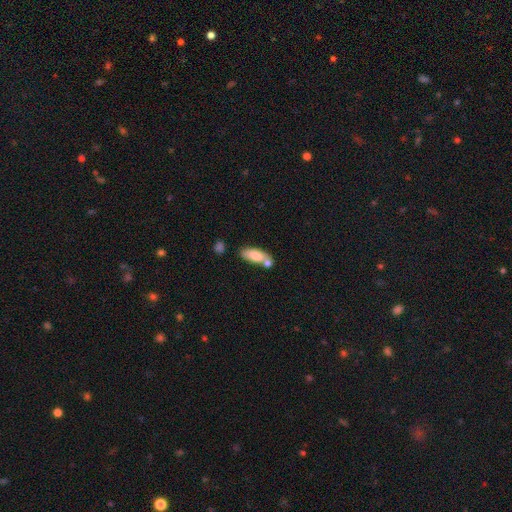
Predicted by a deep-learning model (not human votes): This is likely a smooth galaxy (78%). How rounded: likely in between (79%). Merging: possibly none (51%).